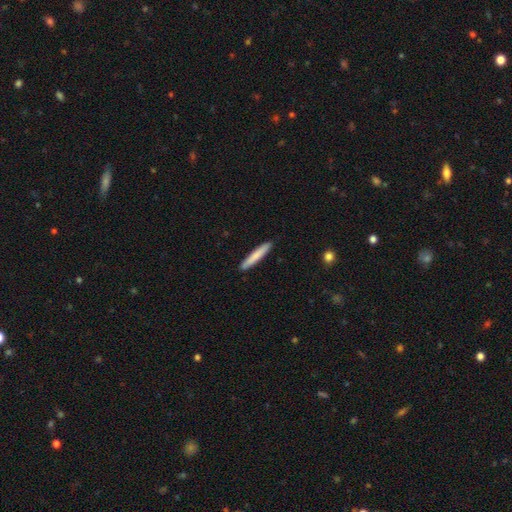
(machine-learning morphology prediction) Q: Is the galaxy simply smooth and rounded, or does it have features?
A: smooth — 79%.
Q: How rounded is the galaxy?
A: cigar-shaped — 94%.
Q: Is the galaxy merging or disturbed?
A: none — 91%.